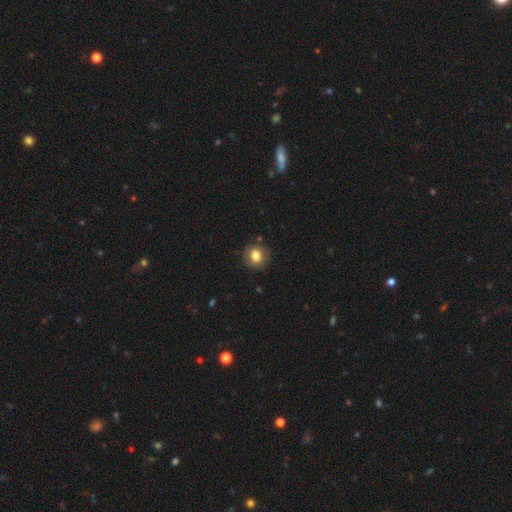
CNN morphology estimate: Smooth or featured? Predicted: smooth (p=0.80). How rounded? Predicted: round (p=0.84). Merging? Predicted: none (p=0.83).